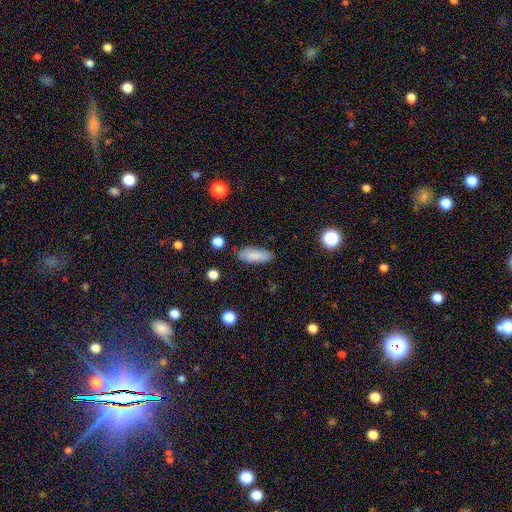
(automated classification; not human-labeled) Morphology: type=smooth (85%); roundness=in between (71%); merging=none (83%).